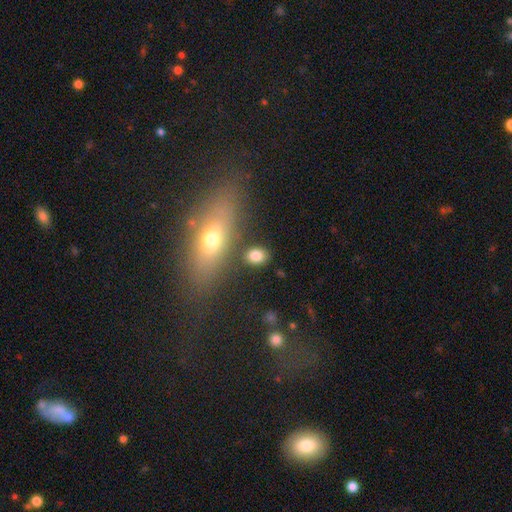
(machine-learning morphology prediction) type=smooth (83%); roundness=in between (66%); merging=none (79%).